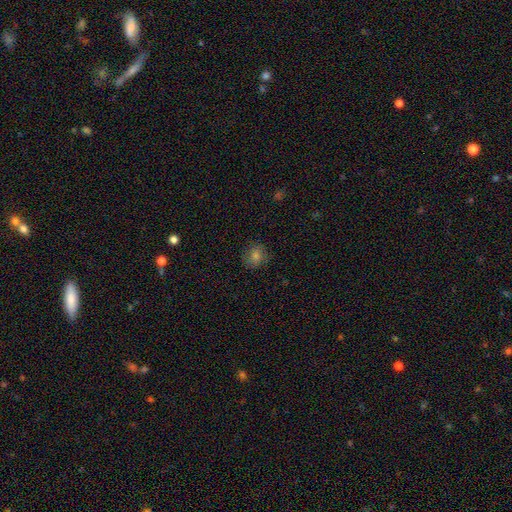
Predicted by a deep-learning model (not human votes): This appears to be a smooth galaxy with no disk features (69%) that is round (77%). Merging: none (85%).